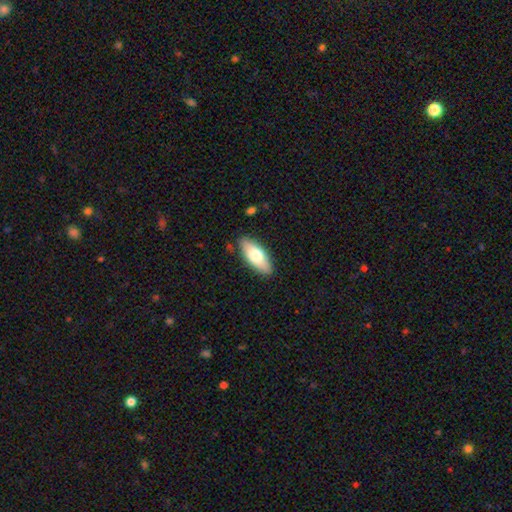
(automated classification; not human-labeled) Smooth or featured: smooth — 69% (featured or disk — 25%)
How rounded: in between — 79% (cigar-shaped — 19%)
Merging: none — 87% (minor disturbance — 10%)